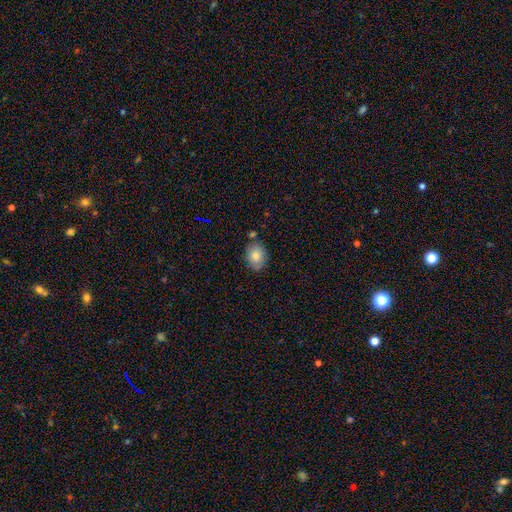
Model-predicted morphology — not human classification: Smooth or featured? smooth (82%)
How rounded? in between (66%)
Merging? none (77%)